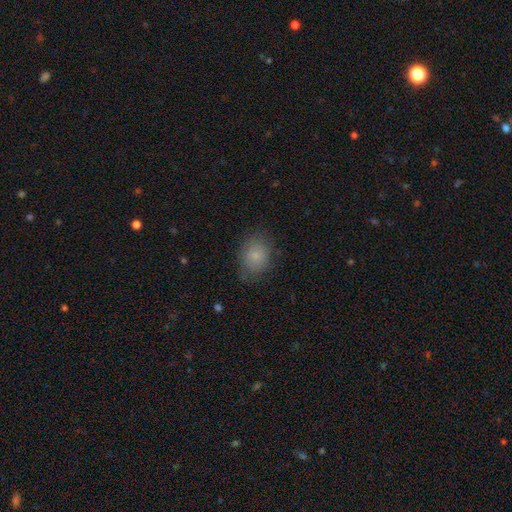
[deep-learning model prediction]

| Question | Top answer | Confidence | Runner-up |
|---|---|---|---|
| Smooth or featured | smooth | 81% | featured or disk (10%) |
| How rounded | in between | 59% | round (40%) |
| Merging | none | 75% | minor disturbance (18%) |